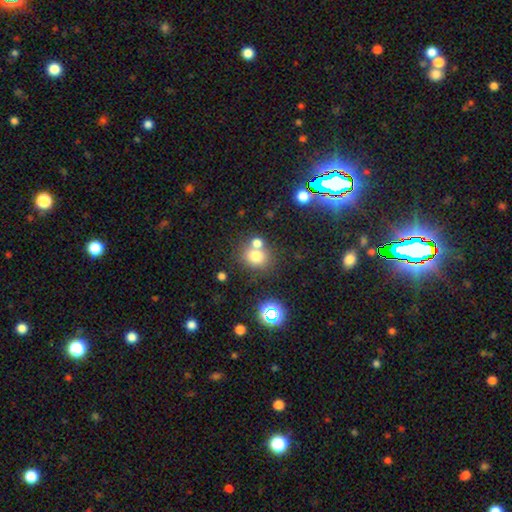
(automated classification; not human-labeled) Smooth or featured: smooth — 72% (star or artifact — 17%)
How rounded: round — 75% (in between — 24%)
Merging: none — 56% (merger — 31%)